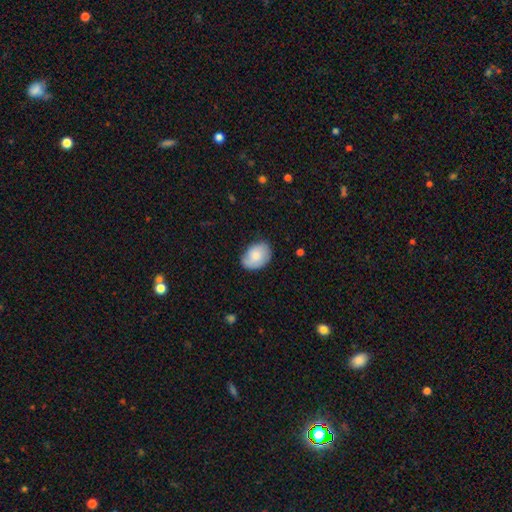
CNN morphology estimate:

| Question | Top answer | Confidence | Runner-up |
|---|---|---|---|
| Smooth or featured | smooth | 74% | featured or disk (20%) |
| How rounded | in between | 77% | round (23%) |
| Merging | none | 66% | minor disturbance (27%) |